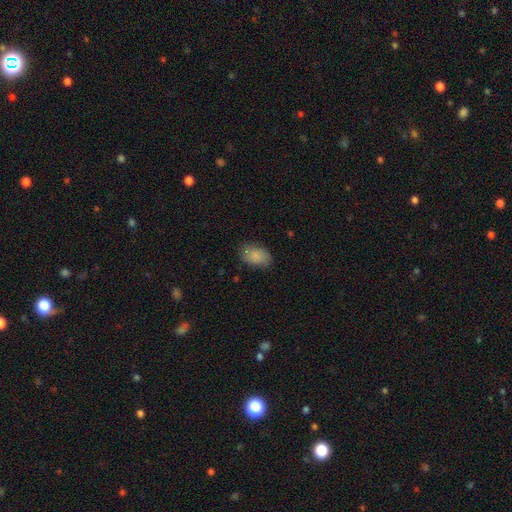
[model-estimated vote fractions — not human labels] Smooth or featured: smooth — 86% (featured or disk — 7%)
How rounded: in between — 88% (round — 10%)
Merging: none — 80% (minor disturbance — 15%)